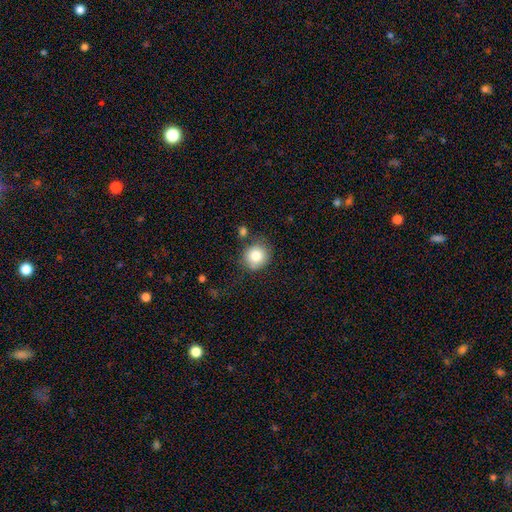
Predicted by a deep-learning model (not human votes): Smooth or featured? Predicted: smooth (p=0.82). How rounded? Predicted: round (p=0.88). Merging? Predicted: none (p=0.75).